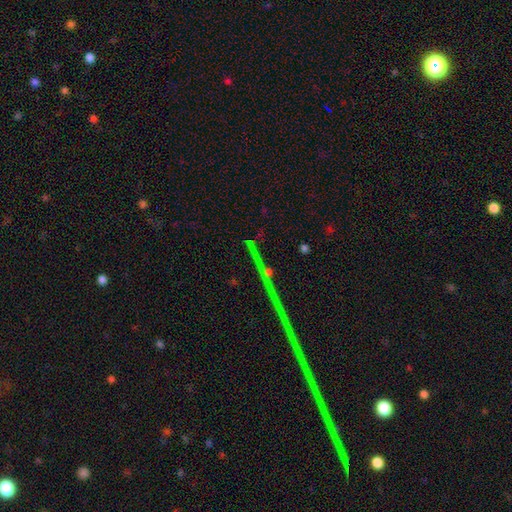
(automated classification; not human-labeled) Q: Smooth or featured?
A: star or artifact (66%); runner-up: featured or disk (22%)